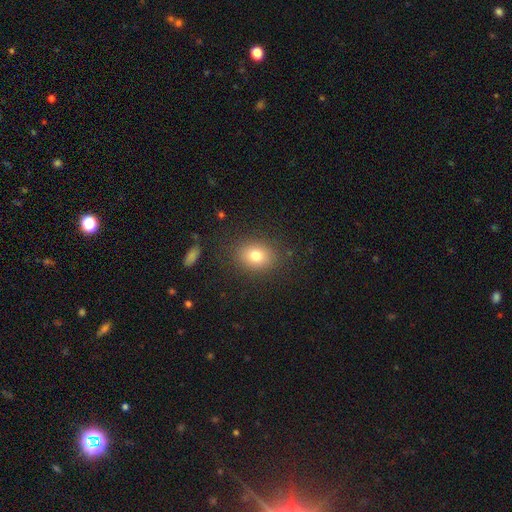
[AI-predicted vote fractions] Overall: smooth (78%). How rounded: in between (56%; round 43%). Merging: none (85%).